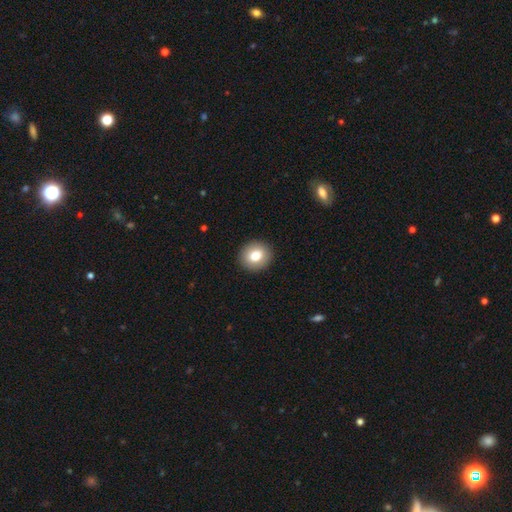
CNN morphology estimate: Smooth or featured? smooth (79%)
How rounded? round (82%)
Merging? none (92%)